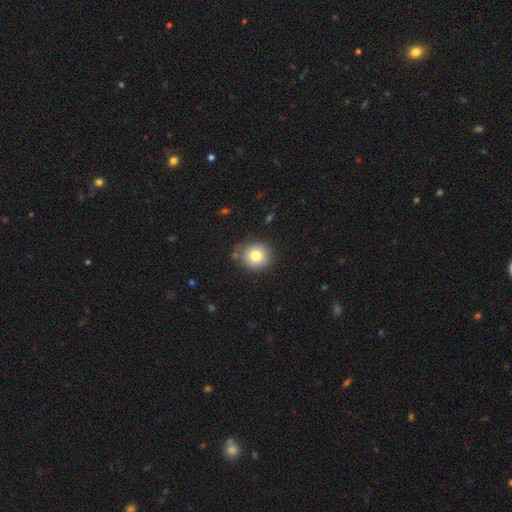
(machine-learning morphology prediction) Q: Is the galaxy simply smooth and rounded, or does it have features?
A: smooth — 78%.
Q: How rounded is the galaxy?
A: round — 91%.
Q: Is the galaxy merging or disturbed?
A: none — 80%.